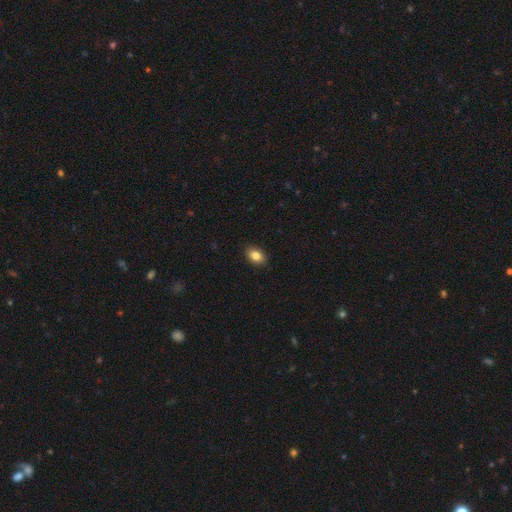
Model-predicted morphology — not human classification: Overall: smooth (85%). How rounded: in between (83%). Merging: none (90%).